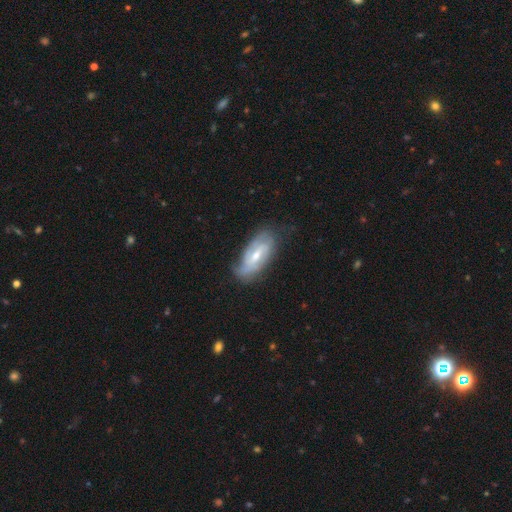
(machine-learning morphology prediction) The model was most divided on "bulge size": moderate: 52%, small: 44%, large: 2%, none: 1%, dominant: 1%. Remaining: edge-on disk — no (90%); spiral arms — yes (86%); smooth or featured — featured or disk (72%); merging — none (68%); bar — weak (49%); spiral winding — tight (47%); spiral arm count — 2 (46%).